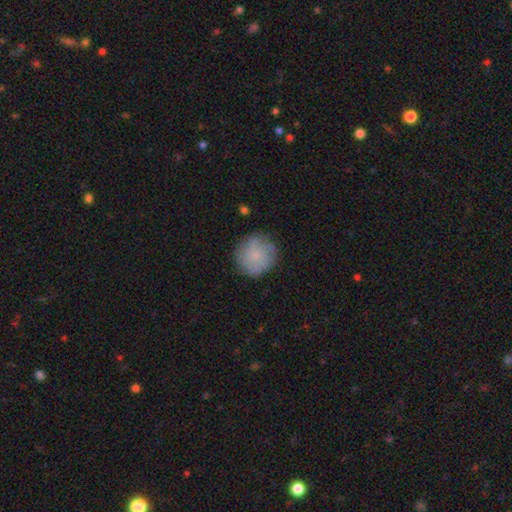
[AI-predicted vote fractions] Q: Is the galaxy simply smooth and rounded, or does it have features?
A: smooth — 64%.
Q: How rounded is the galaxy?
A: round — 91%.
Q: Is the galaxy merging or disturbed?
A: none — 78%.